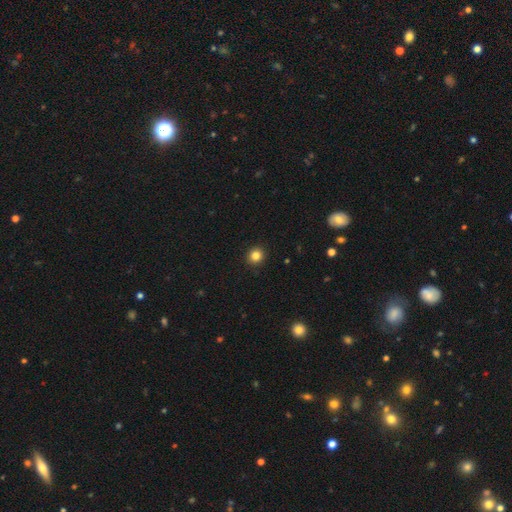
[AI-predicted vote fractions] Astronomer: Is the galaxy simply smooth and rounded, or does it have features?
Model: smooth — 84%.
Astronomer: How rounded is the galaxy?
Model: round — 90%.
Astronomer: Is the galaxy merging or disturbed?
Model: none — 93%.